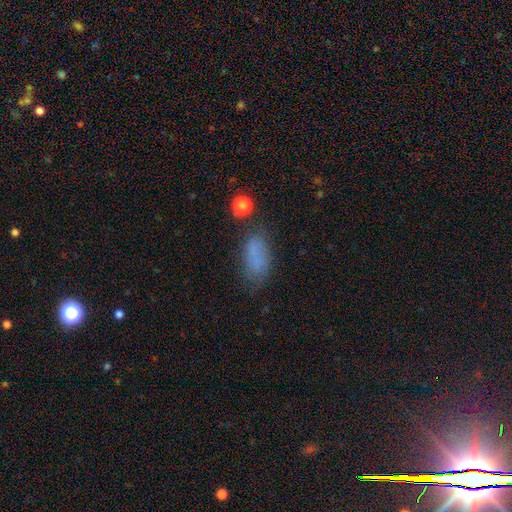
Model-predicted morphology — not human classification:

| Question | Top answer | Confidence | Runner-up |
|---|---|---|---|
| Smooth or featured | smooth | 72% | star or artifact (15%) |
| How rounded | in between | 85% | cigar-shaped (9%) |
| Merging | none | 60% | minor disturbance (23%) |